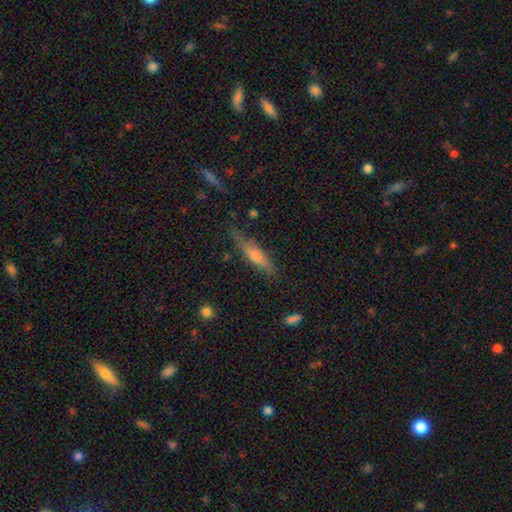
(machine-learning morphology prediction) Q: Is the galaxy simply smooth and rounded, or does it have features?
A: featured or disk — 48%.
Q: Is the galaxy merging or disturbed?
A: none — 69%.